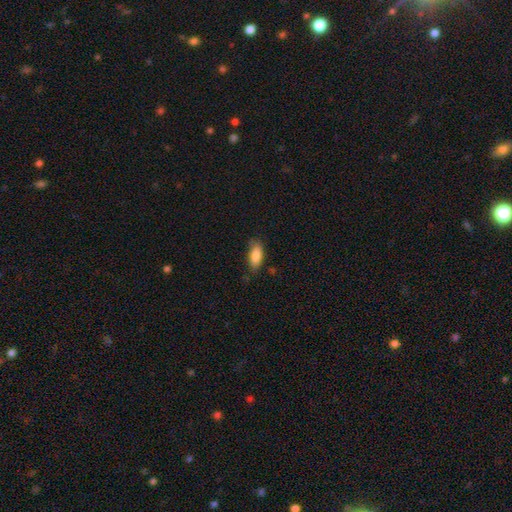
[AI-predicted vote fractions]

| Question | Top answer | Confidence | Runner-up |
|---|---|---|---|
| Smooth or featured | smooth | 85% | featured or disk (9%) |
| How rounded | in between | 79% | cigar-shaped (18%) |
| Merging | none | 73% | minor disturbance (21%) |